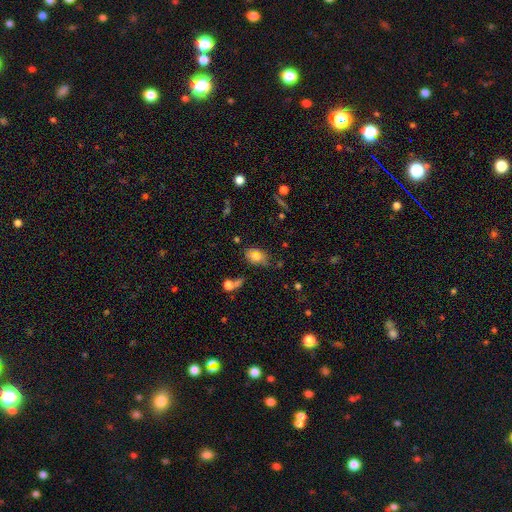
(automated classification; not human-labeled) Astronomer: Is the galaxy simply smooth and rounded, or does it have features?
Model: smooth — 65%.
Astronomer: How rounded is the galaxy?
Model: in between — 83%.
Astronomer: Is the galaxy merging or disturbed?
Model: none — 60%.